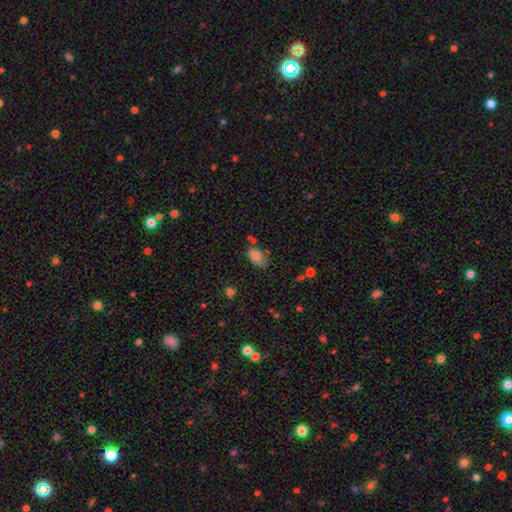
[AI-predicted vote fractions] smooth_or_featured: smooth (p=0.81) [alt: featured or disk p=0.10]
how_rounded: in between (p=0.91) [alt: round p=0.06]
merging: none (p=0.63) [alt: minor disturbance p=0.25]